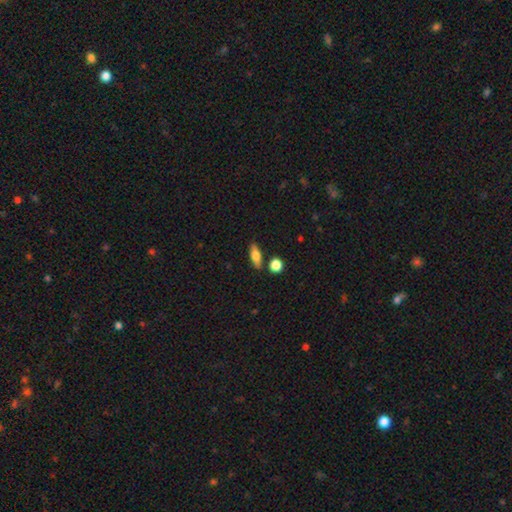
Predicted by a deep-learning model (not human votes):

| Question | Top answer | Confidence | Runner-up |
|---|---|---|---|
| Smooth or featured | smooth | 65% | featured or disk (28%) |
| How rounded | in between | 59% | cigar-shaped (35%) |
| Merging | none | 82% | minor disturbance (10%) |